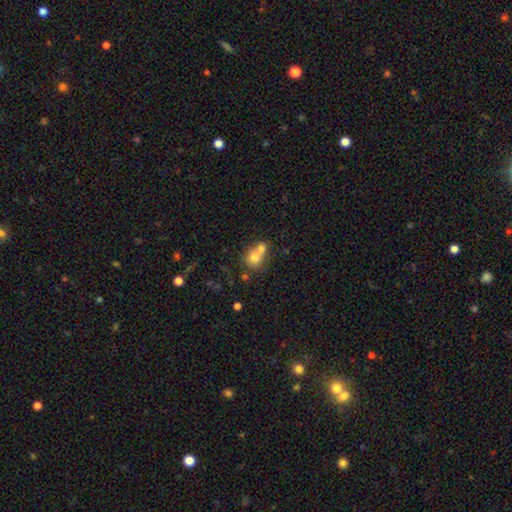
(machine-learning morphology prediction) smooth-or-featured: smooth: 73% | featured or disk: 16% | star or artifact: 11%
  how-rounded: round: 73% | in between: 26% | cigar-shaped: 1%
  merging: merger: 60% | none: 29% | minor disturbance: 7% | major disturbance: 4%